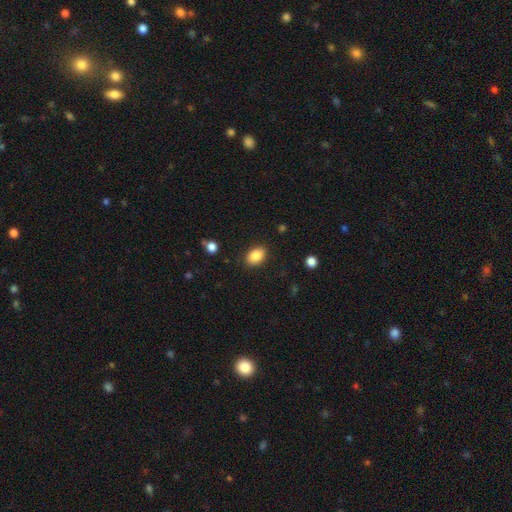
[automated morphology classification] The model was most divided on "how rounded": in between: 84%, round: 14%, cigar-shaped: 1%. More confident: smooth or featured — smooth (87%); merging — none (86%).